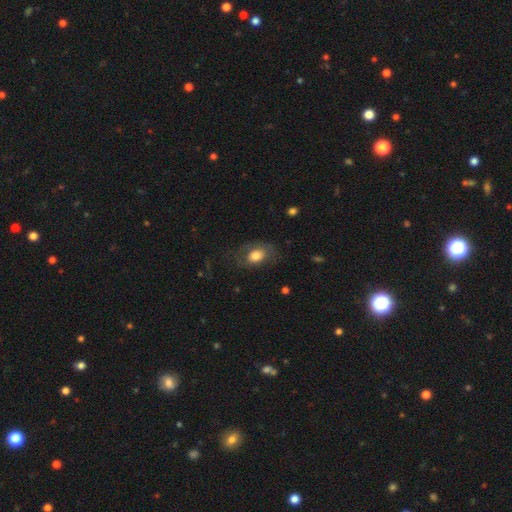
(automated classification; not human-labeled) smooth 69%, featured or disk 23%, star or artifact 8%. Down the decision tree: how rounded — in between (76%); merging — none (59%).